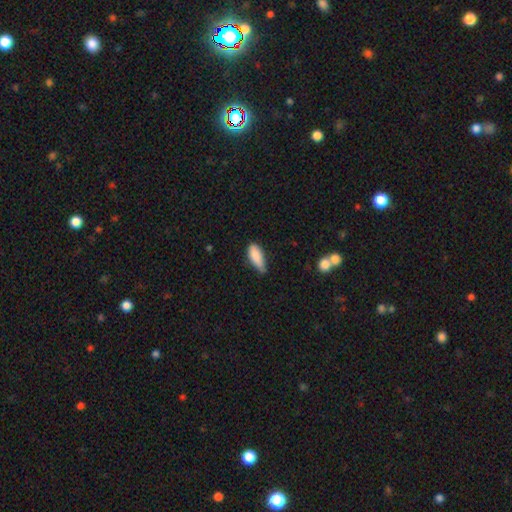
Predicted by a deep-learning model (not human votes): Q: Smooth or featured?
A: smooth (85%); runner-up: featured or disk (8%)
Q: How rounded?
A: in between (77%); runner-up: cigar-shaped (21%)
Q: Merging?
A: minor disturbance (47%); runner-up: none (43%)